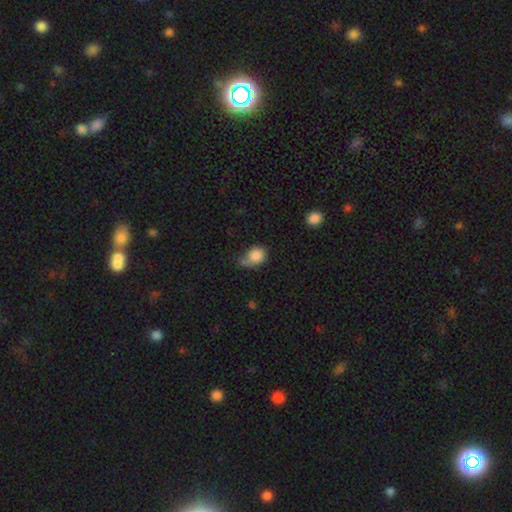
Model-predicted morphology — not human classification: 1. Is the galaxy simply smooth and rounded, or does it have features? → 83% smooth, 9% featured or disk, 9% star or artifact.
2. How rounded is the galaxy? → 61% round, 38% in between, 1% cigar-shaped.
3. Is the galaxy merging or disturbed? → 39% none, 32% minor disturbance, 16% major disturbance, 13% merger.